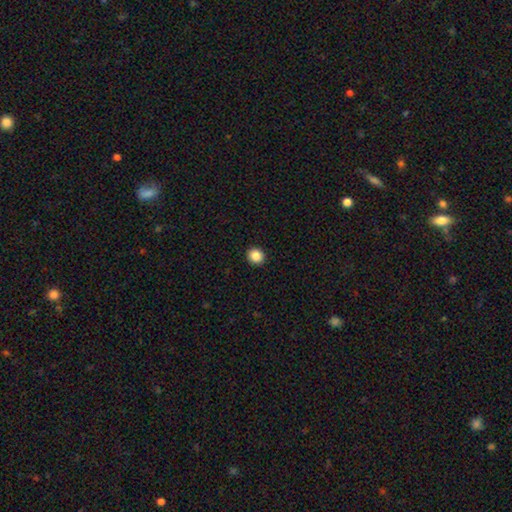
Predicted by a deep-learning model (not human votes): smooth_or_featured: smooth (p=0.87) [alt: star or artifact p=0.10]
how_rounded: round (p=0.86) [alt: in between p=0.13]
merging: none (p=0.93) [alt: minor disturbance p=0.05]